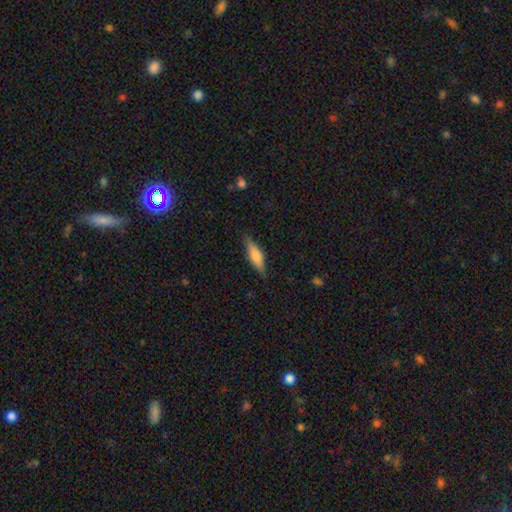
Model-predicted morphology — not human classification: Overall: smooth (63%; featured or disk 31%). How rounded: cigar-shaped (61%; in between 37%). Merging: none (84%).